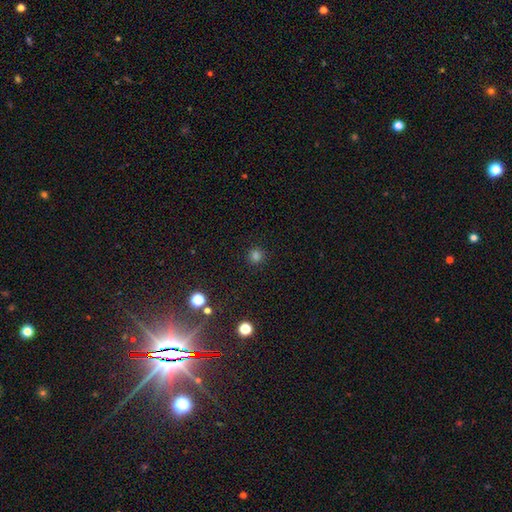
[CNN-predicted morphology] Smooth or featured? Predicted: smooth (p=0.77). How rounded? Predicted: round (p=0.94). Merging? Predicted: none (p=0.90).